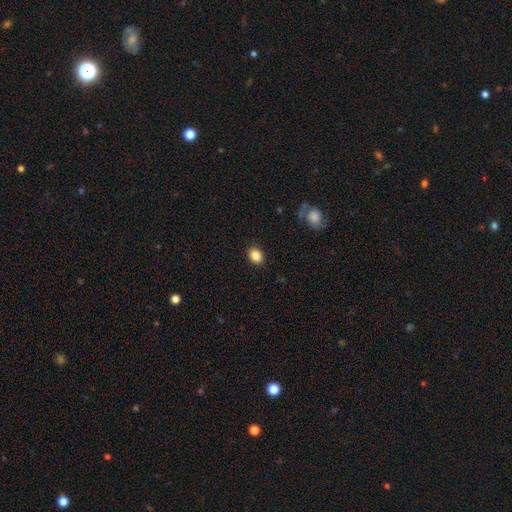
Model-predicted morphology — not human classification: A smooth galaxy with no disk features (86%) that is in between round and cigar-shaped (54%). Merging: none (89%).